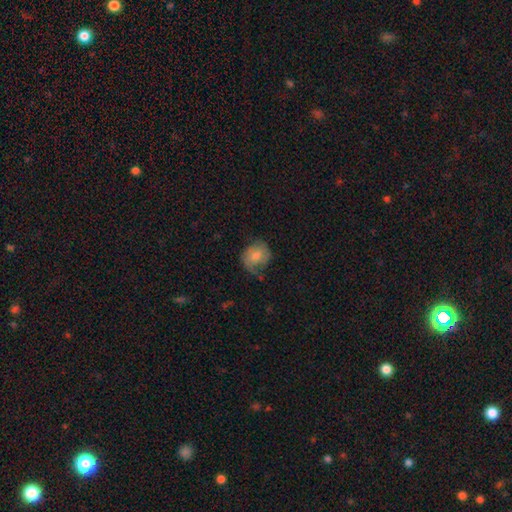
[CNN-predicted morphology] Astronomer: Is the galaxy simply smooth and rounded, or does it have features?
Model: smooth — 58% (runner-up: featured or disk, 35%).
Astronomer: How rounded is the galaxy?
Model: round — 67%.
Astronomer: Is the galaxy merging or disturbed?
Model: none — 46% (runner-up: minor disturbance, 33%).